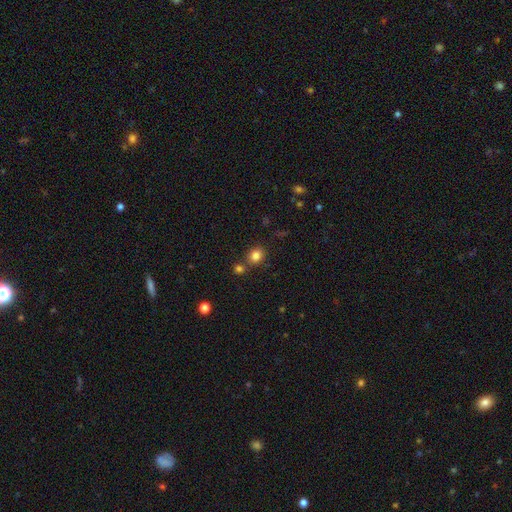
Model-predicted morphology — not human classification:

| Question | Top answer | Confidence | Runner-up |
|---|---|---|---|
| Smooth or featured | smooth | 82% | star or artifact (12%) |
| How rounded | round | 68% | in between (31%) |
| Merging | none | 72% | merger (15%) |